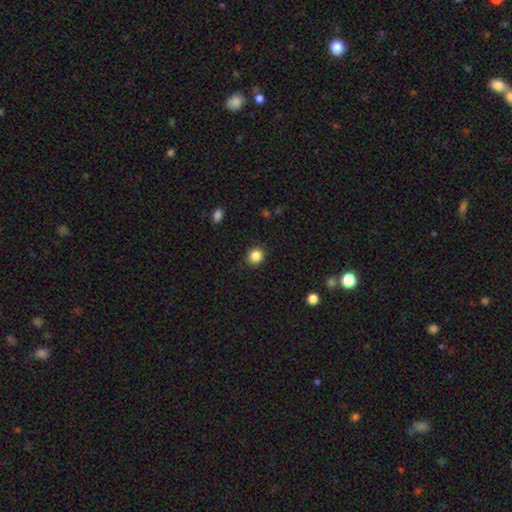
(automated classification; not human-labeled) Smooth or featured? smooth (85%)
How rounded? round (84%)
Merging? none (90%)